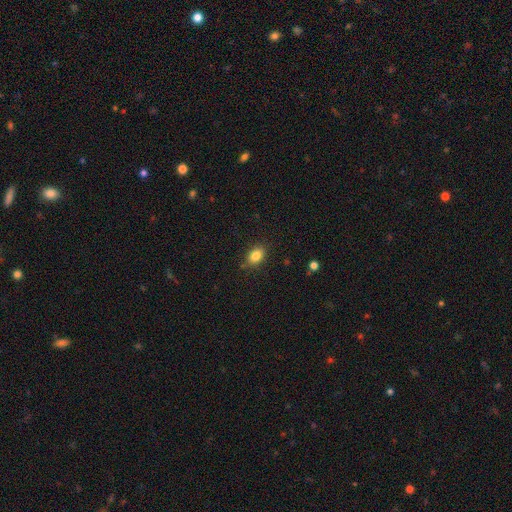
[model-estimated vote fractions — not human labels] The model was most divided on "how rounded": in between: 80%, round: 18%, cigar-shaped: 2%. More confident: smooth or featured — smooth (84%); merging — none (82%).